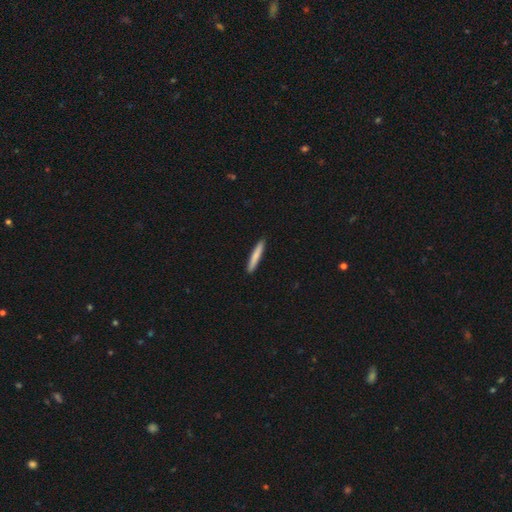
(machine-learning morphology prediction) smooth 79%, featured or disk 15%, star or artifact 5%. Down the decision tree: how rounded — cigar-shaped (95%); merging — none (92%).